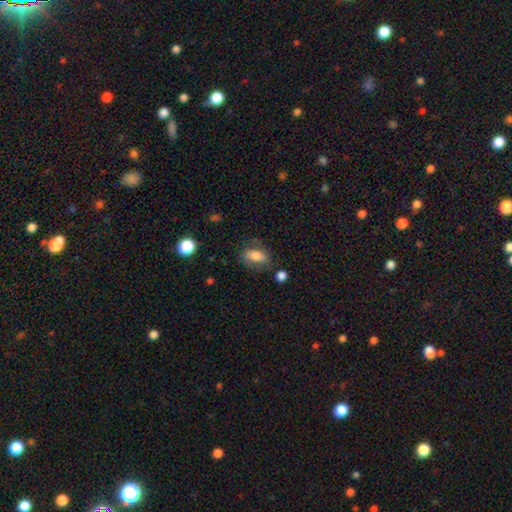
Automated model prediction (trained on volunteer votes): This appears to be a smooth galaxy with no disk features (76%) that is in between round and cigar-shaped (87%). Merging: none (62%).